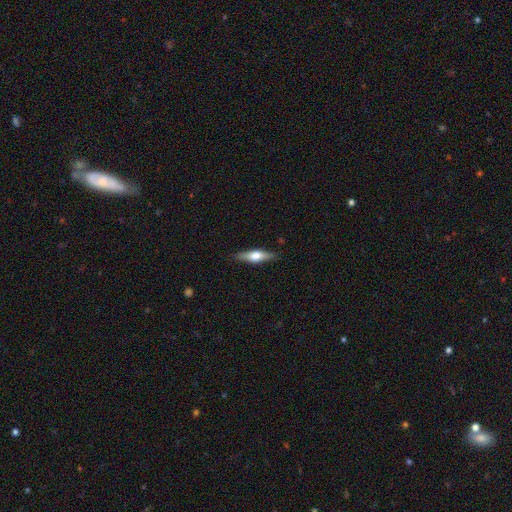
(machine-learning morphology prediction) This is possibly a featured or disk galaxy (51%). It is clearly viewed edge-on (94%). Merging: clearly none (87%).